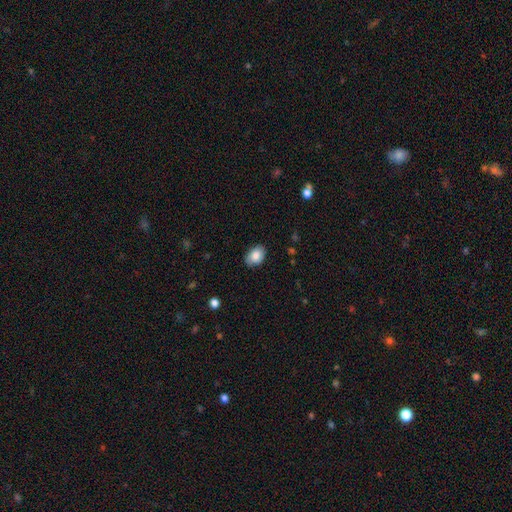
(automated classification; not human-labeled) Morphology: type=smooth (83%); roundness=in between (80%); merging=none (81%).